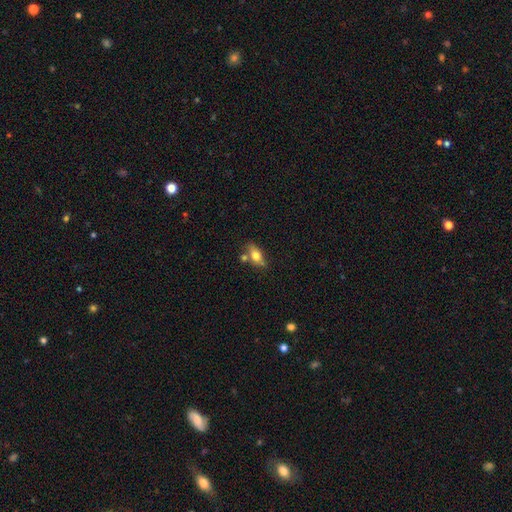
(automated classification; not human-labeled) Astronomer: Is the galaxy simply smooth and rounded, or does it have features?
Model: smooth — 68%.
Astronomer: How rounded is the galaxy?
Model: in between — 78%.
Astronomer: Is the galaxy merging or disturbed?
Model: none — 60%.